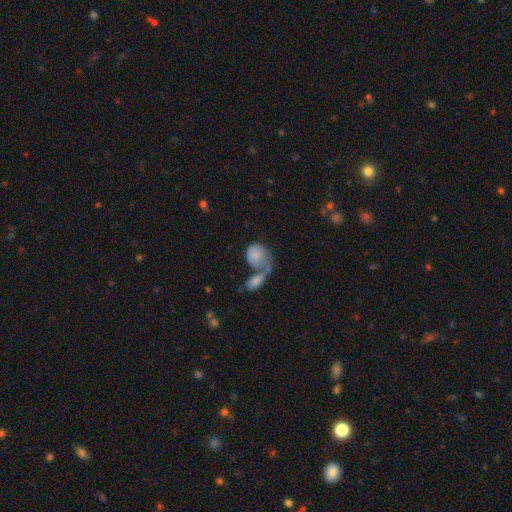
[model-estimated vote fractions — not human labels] The model was most divided on "how rounded": in between: 59%, round: 39%, cigar-shaped: 2%. Remaining: smooth or featured — smooth (77%); merging — merger (48%).